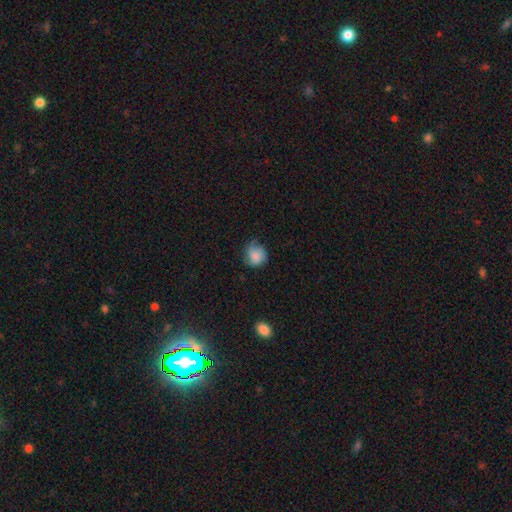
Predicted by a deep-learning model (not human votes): smooth 73%, featured or disk 18%, star or artifact 8%. Down the decision tree: how rounded — round (76%); merging — none (53%).